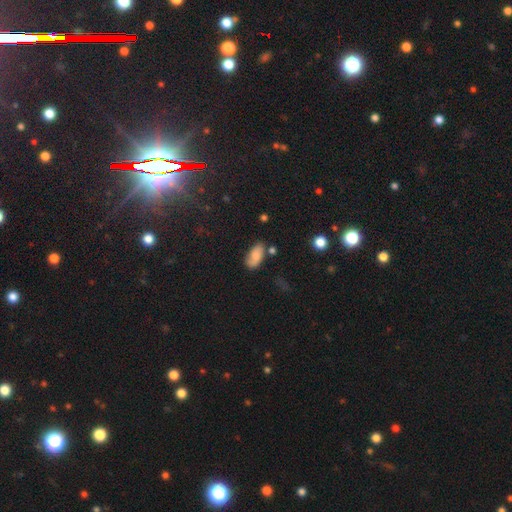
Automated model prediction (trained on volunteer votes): Smooth or featured: smooth — 74% (featured or disk — 17%)
How rounded: in between — 92% (cigar-shaped — 4%)
Merging: none — 62% (minor disturbance — 25%)